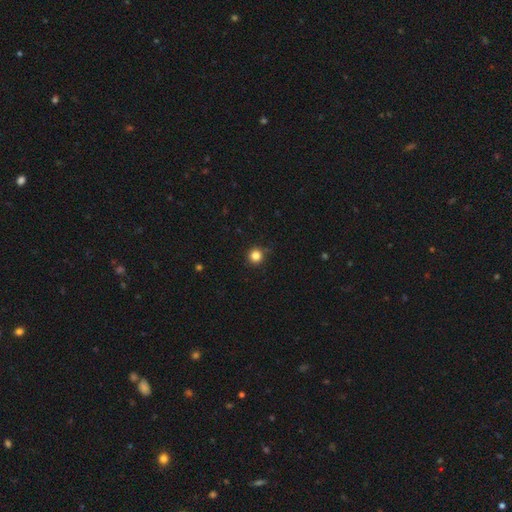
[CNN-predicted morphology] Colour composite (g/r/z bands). It shows a smooth galaxy with no disk features (84%) that is round (95%). Merging: none (88%).